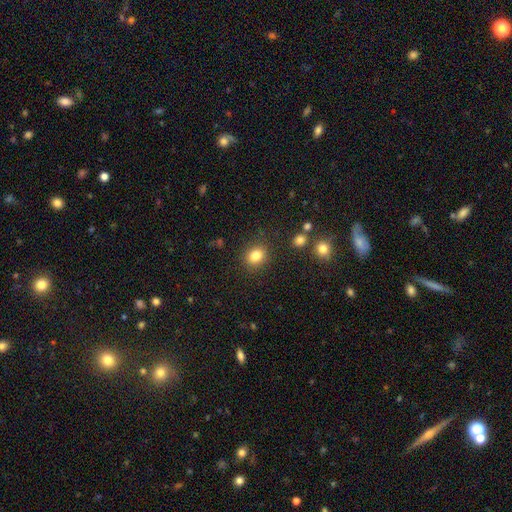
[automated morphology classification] Smooth or featured?
  - smooth: 83% *
  - star or artifact: 11%
  - featured or disk: 6%
How rounded?
  - round: 61% *
  - in between: 38%
  - cigar-shaped: 1%
Merging?
  - none: 86% *
  - minor disturbance: 9%
  - major disturbance: 3%
  - merger: 2%